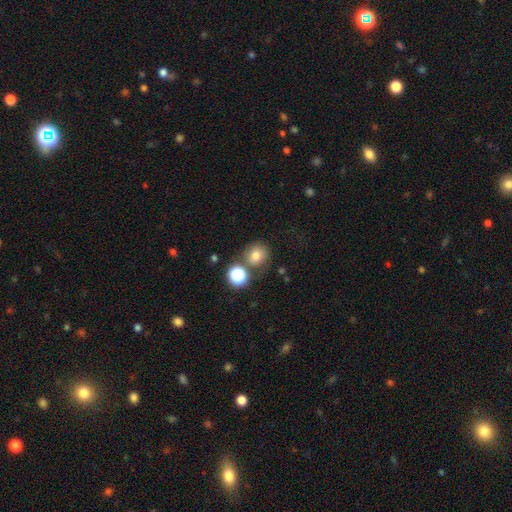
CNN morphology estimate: Smooth or featured? Predicted: smooth (p=0.75). How rounded? Predicted: round (p=0.84). Merging? Predicted: none (p=0.65).